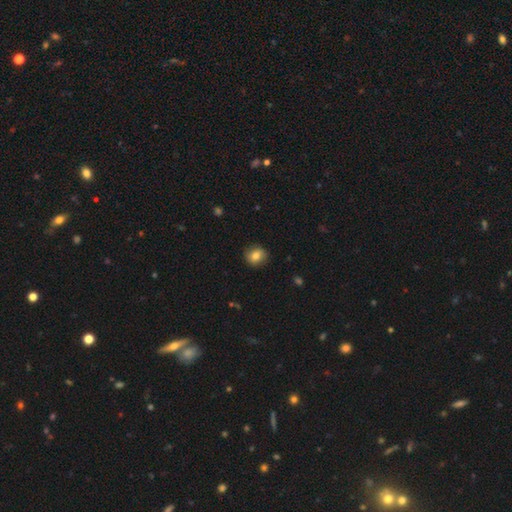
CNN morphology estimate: A smooth galaxy with no disk features (77%) that is round (76%). Merging: none (85%).